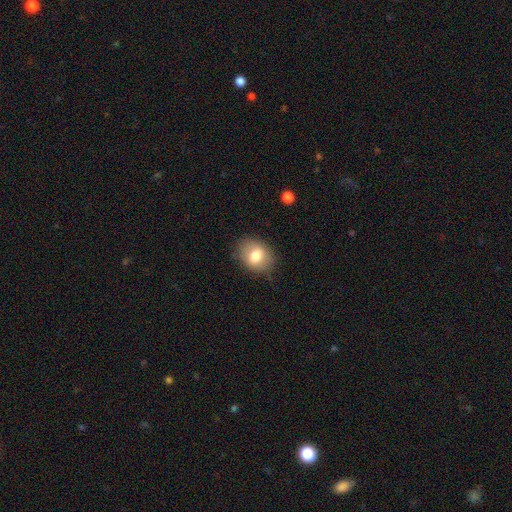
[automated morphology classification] smooth 77%, featured or disk 15%, star or artifact 8%. Down the decision tree: how rounded — in between (59%); merging — none (77%).